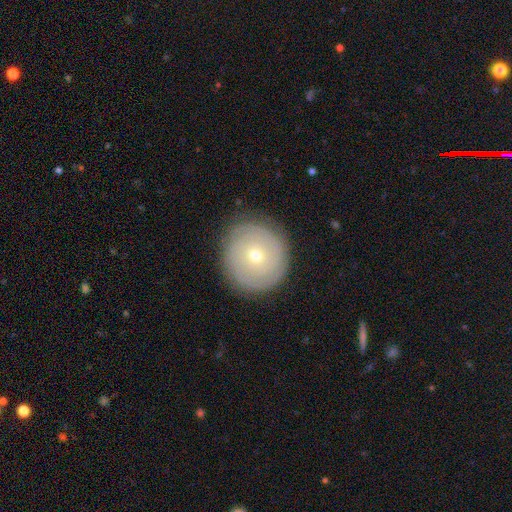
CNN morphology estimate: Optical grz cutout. It shows a featured or disk galaxy (57%) with no bar (82%), spiral arms (70%) and a small central bulge (66%). Merging: none (87%).